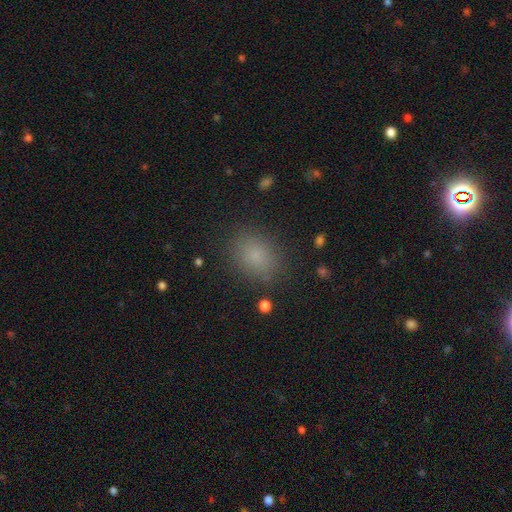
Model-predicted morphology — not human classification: This is likely a smooth galaxy (80%). How rounded: likely in between (60%). Merging: clearly none (84%).